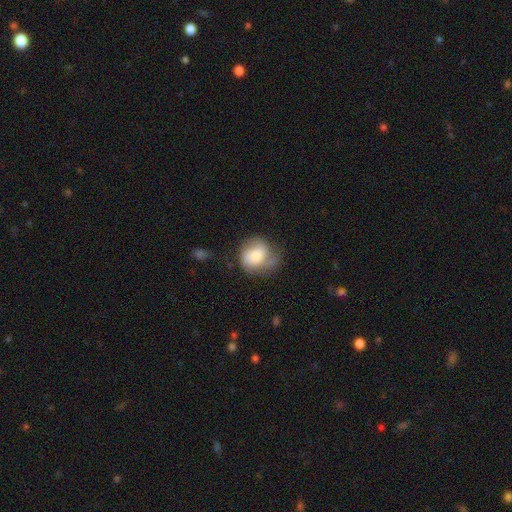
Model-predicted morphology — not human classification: A smooth galaxy with no disk features (57%) that is round (74%). Merging: none (48%).